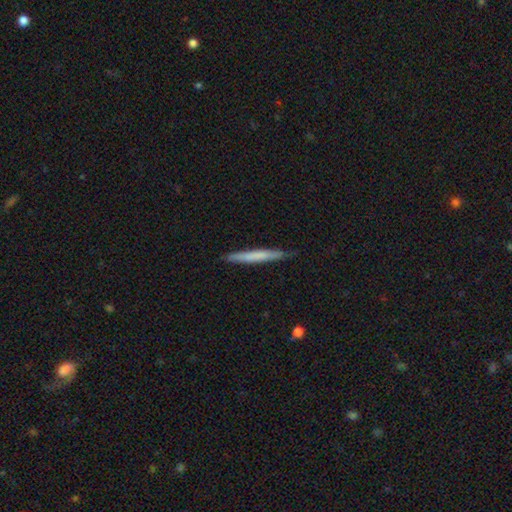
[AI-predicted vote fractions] smooth_or_featured: smooth (p=0.63) [alt: featured or disk p=0.32]
how_rounded: cigar-shaped (p=0.96) [alt: in between p=0.03]
merging: none (p=0.86) [alt: minor disturbance p=0.11]